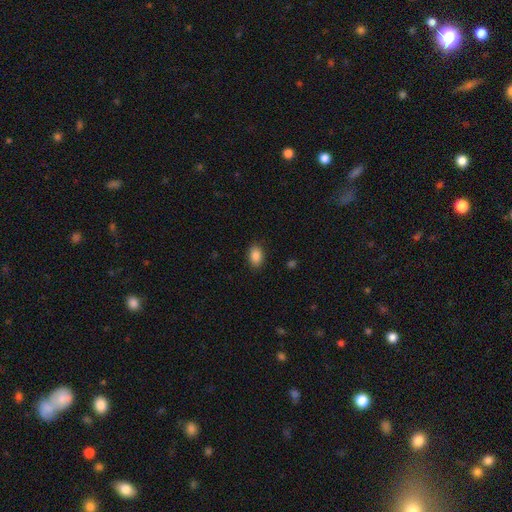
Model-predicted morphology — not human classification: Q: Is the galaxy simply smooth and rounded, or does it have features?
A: smooth — 87%.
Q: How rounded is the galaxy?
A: in between — 87%.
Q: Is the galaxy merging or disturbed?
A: none — 88%.